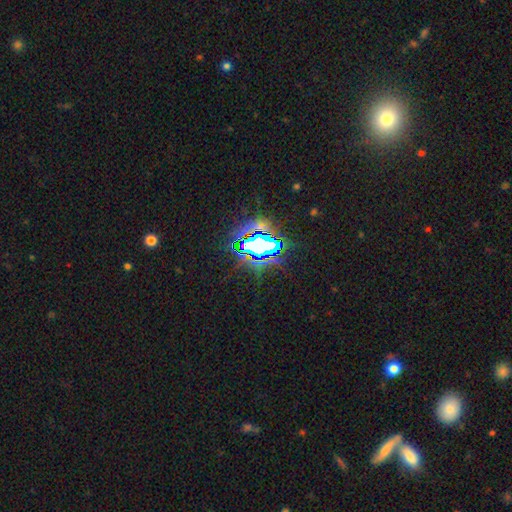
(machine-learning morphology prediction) A star or artifact, not a galaxy (72%).

Vote fractions:
- Smooth or featured? star or artifact: 72% / smooth: 15% / featured or disk: 13%